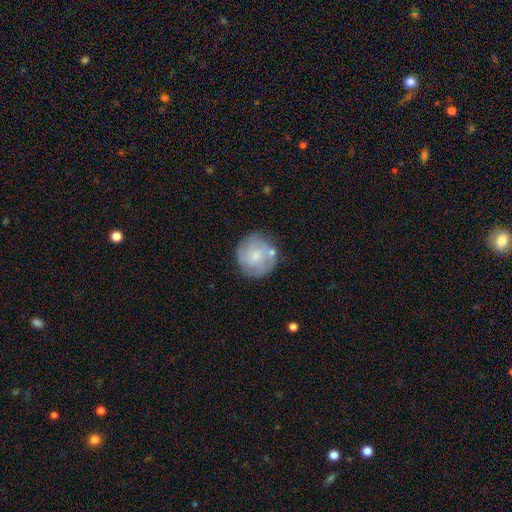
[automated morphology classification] This appears to be a featured or disk galaxy (47%). Merging: none (71%).